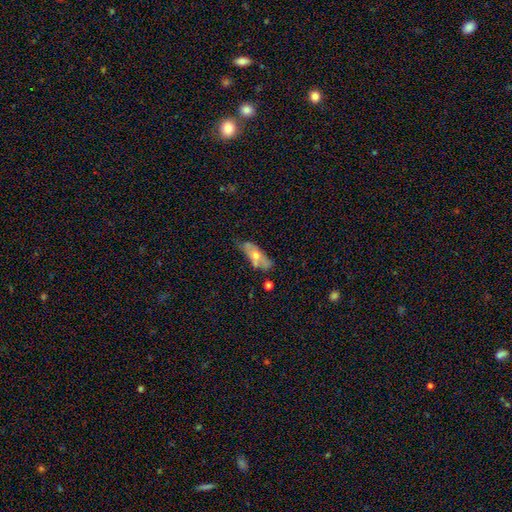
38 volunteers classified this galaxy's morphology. This appears to be a featured or disk galaxy (55%) with no bar (58%), no spiral arms (83%) and a moderate central bulge (67%). Merging: none (58%).